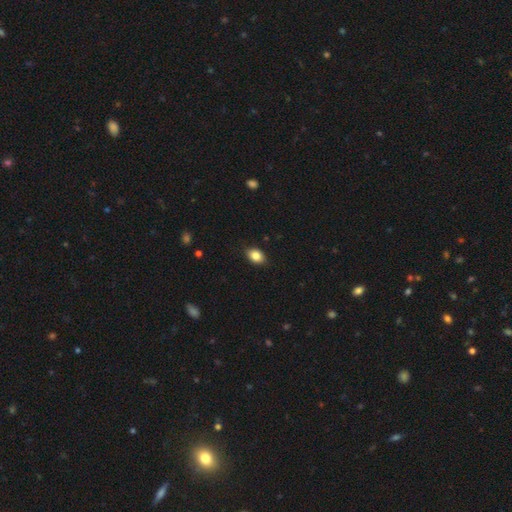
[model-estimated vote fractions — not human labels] Smooth or featured? smooth (85%)
How rounded? in between (77%)
Merging? none (85%)